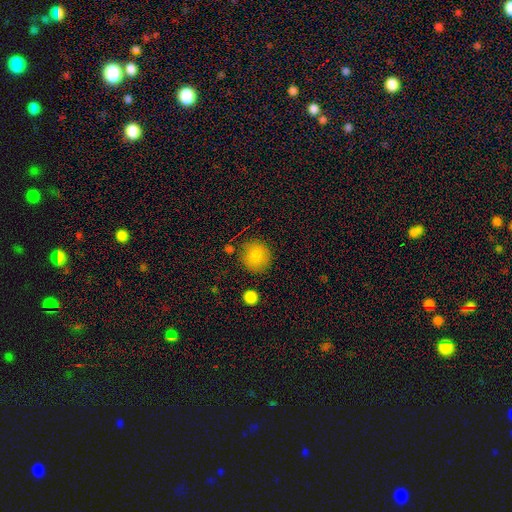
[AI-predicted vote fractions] smooth-or-featured: smooth: 85% | star or artifact: 9% | featured or disk: 6%
  how-rounded: round: 91% | in between: 8% | cigar-shaped: 1%
  merging: none: 82% | minor disturbance: 11% | merger: 4% | major disturbance: 4%